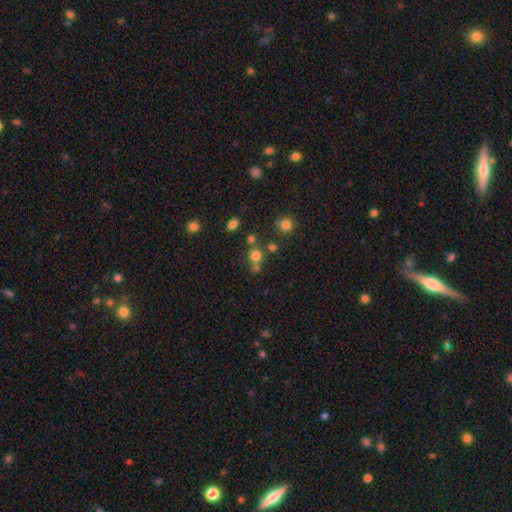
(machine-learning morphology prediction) This is likely a smooth galaxy (73%). How rounded: clearly round (86%). Merging: likely none (61%).